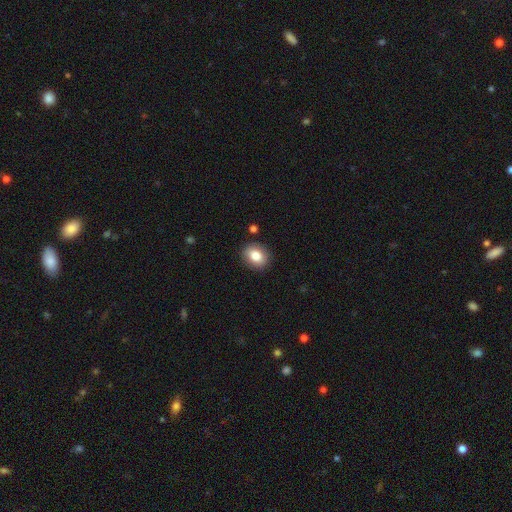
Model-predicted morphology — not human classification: The model was most divided on "how rounded": round: 52%, in between: 47%, cigar-shaped: 1%. More confident: merging — none (88%); smooth or featured — smooth (82%).